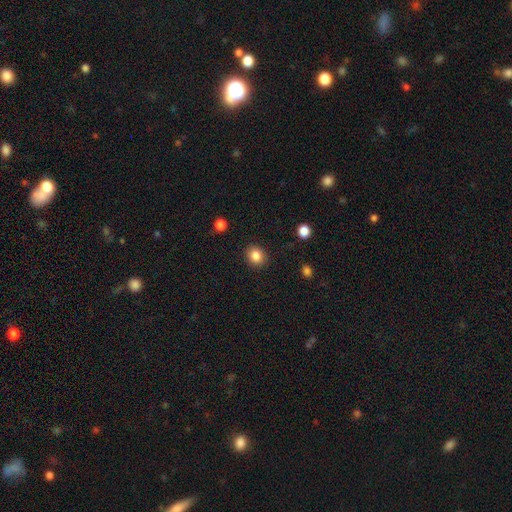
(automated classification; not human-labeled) Smooth or featured? Predicted: smooth (p=0.85). How rounded? Predicted: round (p=0.75). Merging? Predicted: none (p=0.89).